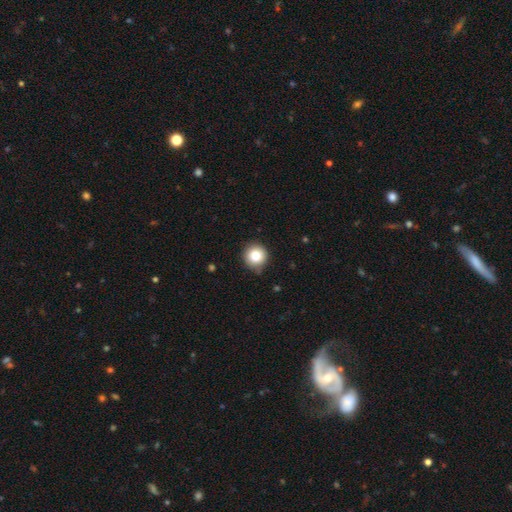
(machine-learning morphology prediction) Smooth or featured? Predicted: smooth (p=0.81). How rounded? Predicted: round (p=0.95). Merging? Predicted: none (p=0.84).